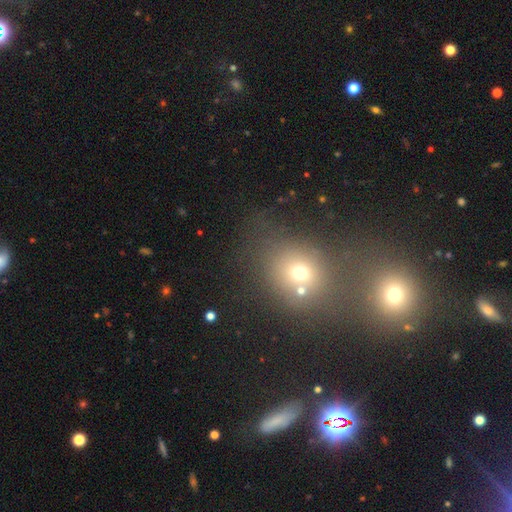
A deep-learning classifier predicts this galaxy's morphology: A smooth galaxy with no disk features (51%) that is round (70%).

Vote fractions:
- Smooth or featured? smooth: 51% / star or artifact: 36% / featured or disk: 13%
- How rounded? round: 70% / in between: 28% / cigar-shaped: 2%
- Merging? none: 49% / merger: 34% / minor disturbance: 10% / major disturbance: 6%